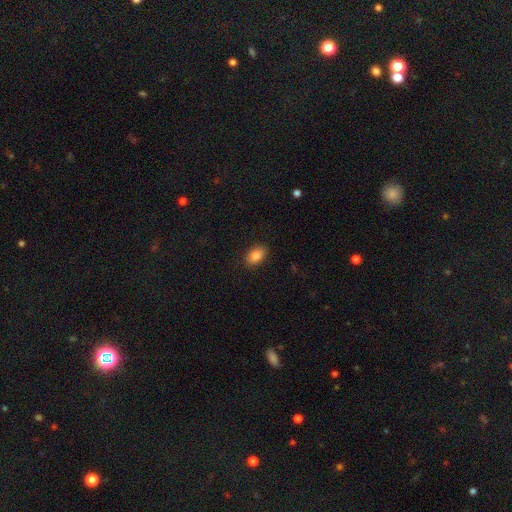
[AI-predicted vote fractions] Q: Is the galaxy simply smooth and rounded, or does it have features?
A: smooth — 86%.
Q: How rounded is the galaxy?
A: in between — 88%.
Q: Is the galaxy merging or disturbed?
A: none — 88%.